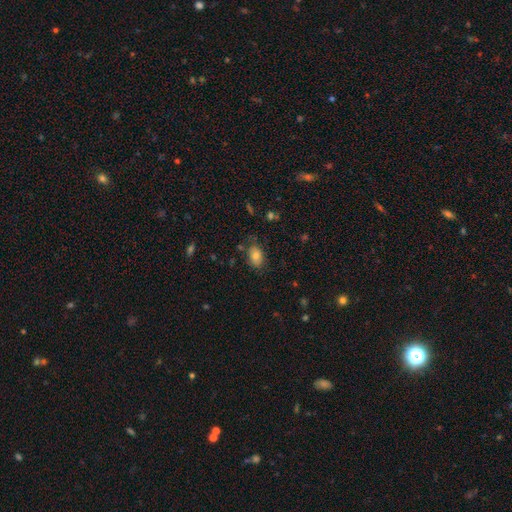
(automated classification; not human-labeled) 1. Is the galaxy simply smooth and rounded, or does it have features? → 79% smooth, 11% featured or disk, 10% star or artifact.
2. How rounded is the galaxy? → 83% in between, 15% round, 1% cigar-shaped.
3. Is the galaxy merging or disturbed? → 70% none, 21% minor disturbance, 6% major disturbance, 3% merger.